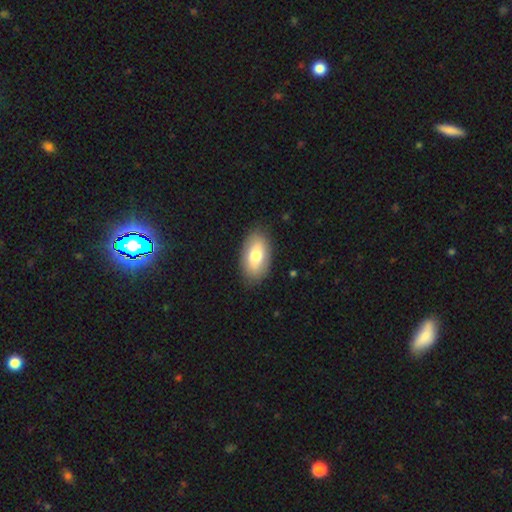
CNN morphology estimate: smooth 75%, featured or disk 19%, star or artifact 6%. Down the decision tree: how rounded — in between (94%); merging — none (85%).